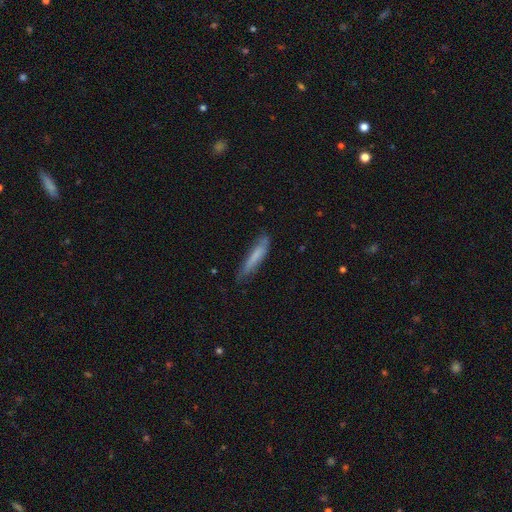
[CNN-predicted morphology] Overall: smooth (69%). How rounded: cigar-shaped (89%). Merging: none (67%).